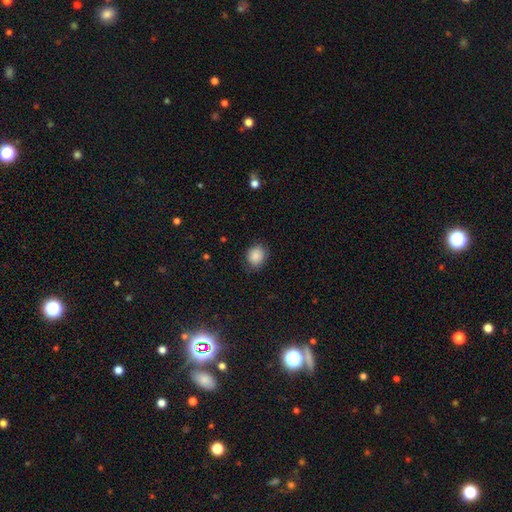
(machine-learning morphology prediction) Q: Smooth or featured?
A: smooth (87%); runner-up: star or artifact (9%)
Q: How rounded?
A: round (66%); runner-up: in between (33%)
Q: Merging?
A: none (78%); runner-up: minor disturbance (17%)